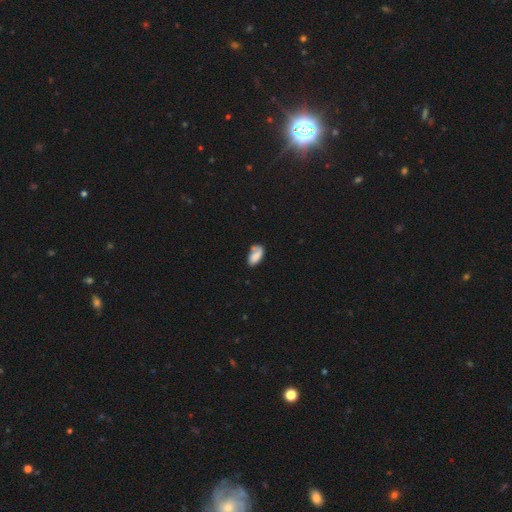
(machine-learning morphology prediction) This appears to be a smooth galaxy with no disk features (74%) that is in between round and cigar-shaped (92%). Merging: none (50%).